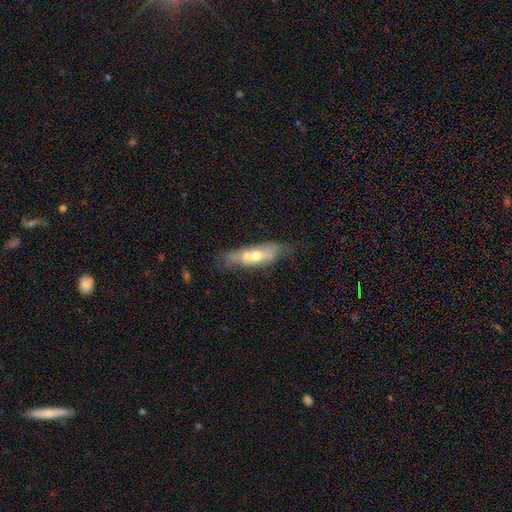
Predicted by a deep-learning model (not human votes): Smooth or featured?
  - featured or disk: 48% *
  - smooth: 46%
  - star or artifact: 7%
Merging?
  - none: 38% *
  - merger: 34%
  - minor disturbance: 19%
  - major disturbance: 10%